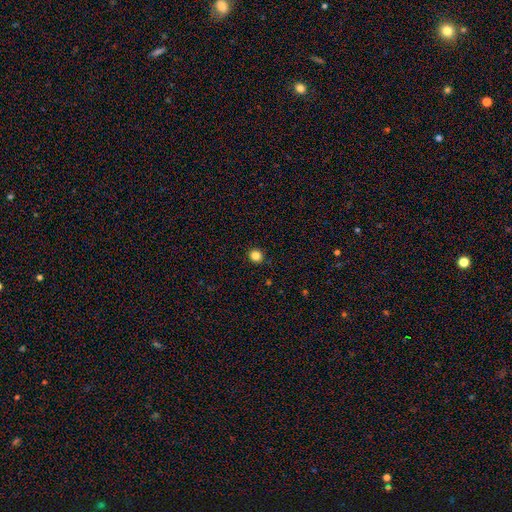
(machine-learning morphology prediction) Overall: smooth (84%). How rounded: round (88%). Merging: none (91%).